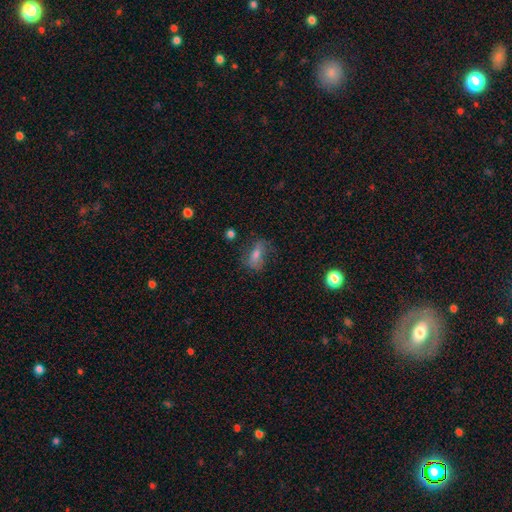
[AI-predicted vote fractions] Q: Smooth or featured?
A: smooth (63%); runner-up: featured or disk (25%)
Q: How rounded?
A: in between (74%); runner-up: cigar-shaped (15%)
Q: Merging?
A: none (58%); runner-up: minor disturbance (25%)